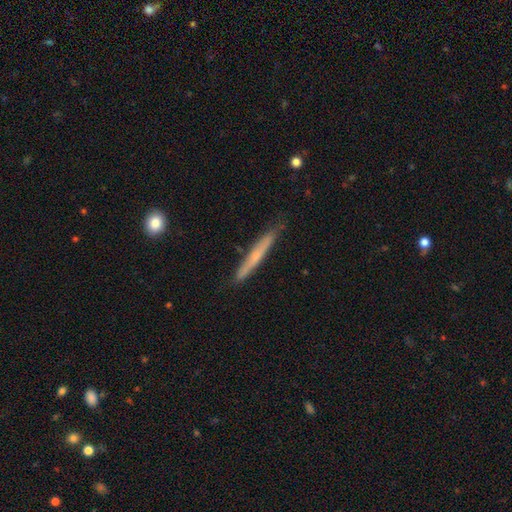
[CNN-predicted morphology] Overall: smooth (51%; featured or disk 43%). How rounded: cigar-shaped (96%). Merging: none (83%).